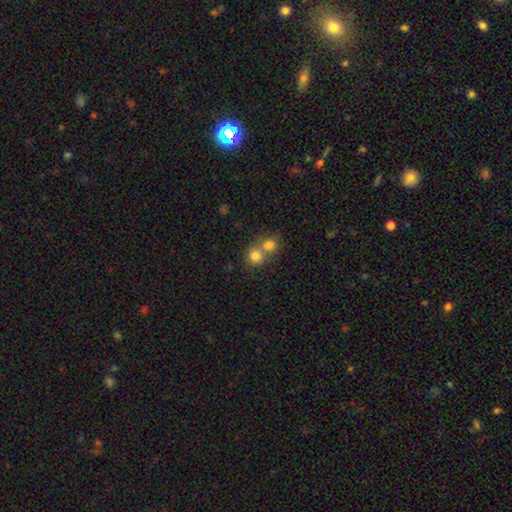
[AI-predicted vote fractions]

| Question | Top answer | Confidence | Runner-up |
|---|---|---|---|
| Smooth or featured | smooth | 78% | star or artifact (11%) |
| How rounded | round | 84% | in between (15%) |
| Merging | merger | 56% | none (37%) |